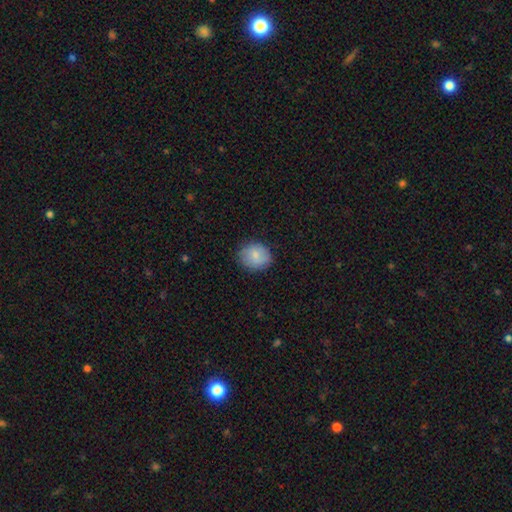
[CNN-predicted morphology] Smooth or featured? Predicted: smooth (p=0.81). How rounded? Predicted: round (p=0.69). Merging? Predicted: none (p=0.84).